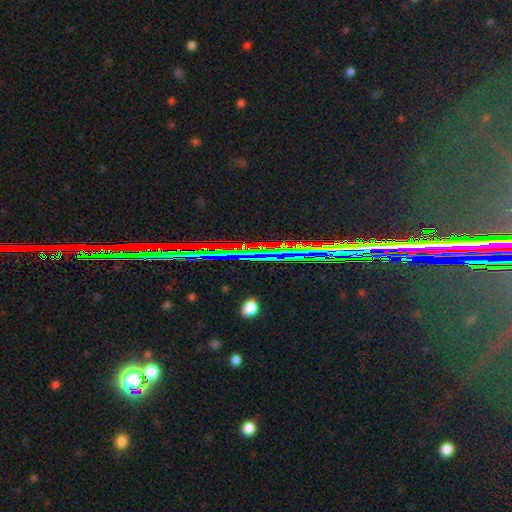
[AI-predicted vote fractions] star or artifact 82%, featured or disk 11%, smooth 7%.